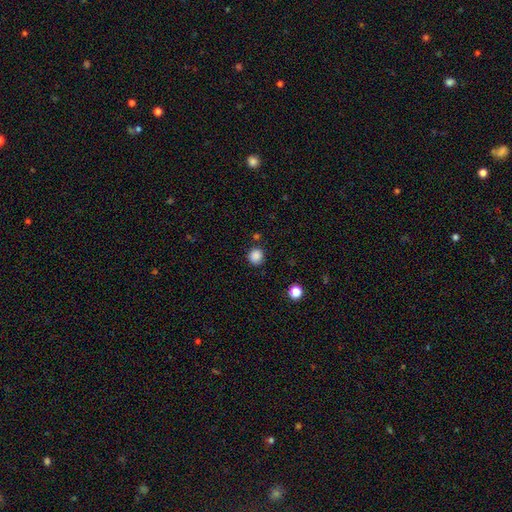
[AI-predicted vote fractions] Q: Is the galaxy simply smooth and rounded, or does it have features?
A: smooth — 86%.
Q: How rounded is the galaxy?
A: round — 92%.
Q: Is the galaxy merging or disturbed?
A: none — 86%.